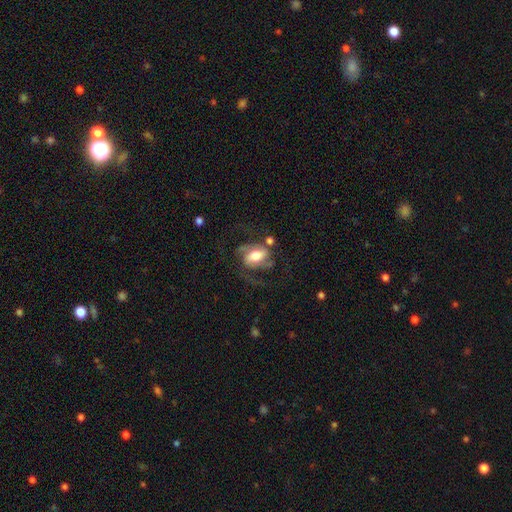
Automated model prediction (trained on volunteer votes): smooth-or-featured: featured or disk: 69% | smooth: 24% | star or artifact: 7%
  disk-edge-on: no: 96% | yes: 4%
    bar: weak: 40% | no: 31% | strong: 29%
    has-spiral-arms: yes: 89% | no: 11%
      spiral-winding: medium: 47% | loose: 38% | tight: 16%
      spiral-arm-count: 2: 70% | 3: 10% | can't tell: 8% | 1: 8% | 4: 2% | more than 4: 2%
    bulge-size: moderate: 51% | large: 31% | small: 11% | dominant: 4% | none: 2%
  merging: none: 44% | major disturbance: 29% | minor disturbance: 19% | merger: 8%